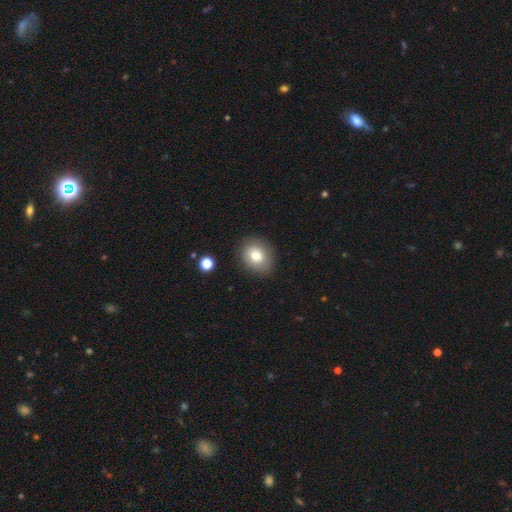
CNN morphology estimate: Overall: smooth (78%). How rounded: round (64%; in between 36%). Merging: none (84%).